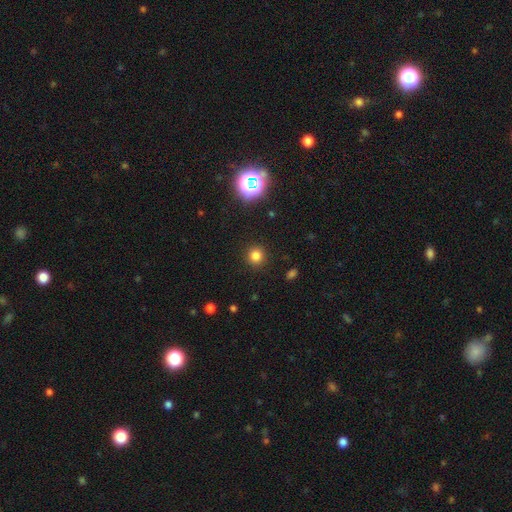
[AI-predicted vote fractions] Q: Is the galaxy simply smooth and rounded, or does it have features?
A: smooth — 79%.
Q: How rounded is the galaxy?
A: round — 92%.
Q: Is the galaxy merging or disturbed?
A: none — 91%.